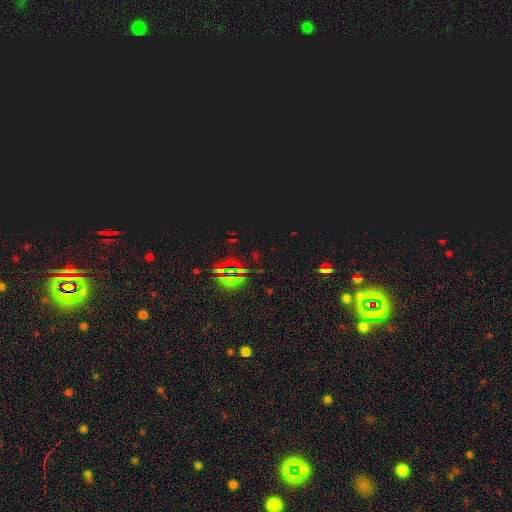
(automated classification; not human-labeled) smooth_or_featured: star or artifact (p=0.81) [alt: smooth p=0.12]